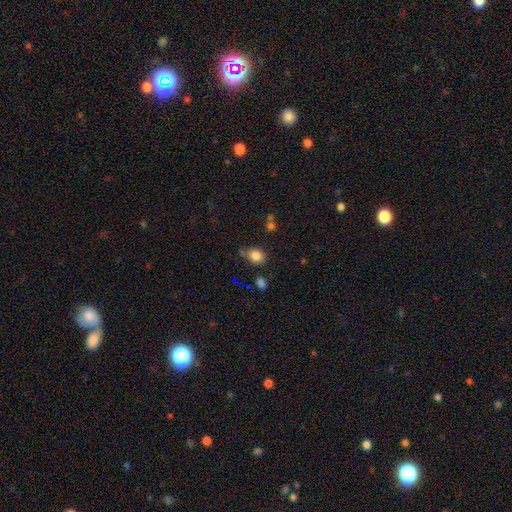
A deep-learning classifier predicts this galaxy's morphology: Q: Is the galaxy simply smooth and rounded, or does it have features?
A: smooth — 83%.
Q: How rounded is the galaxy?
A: round — 58%.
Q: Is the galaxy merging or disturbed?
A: none — 57%.